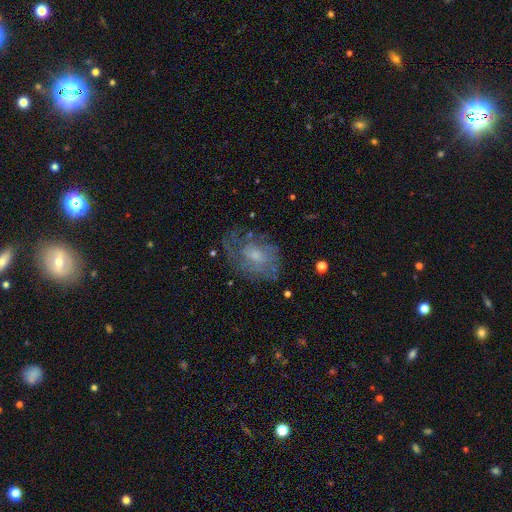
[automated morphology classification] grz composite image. It shows a featured or disk galaxy (62%) with no bar (73%), spiral arms (67%) and a small central bulge (50%). Merging: none (58%).